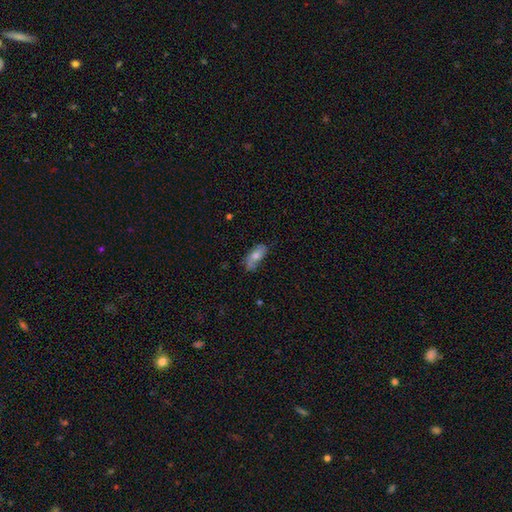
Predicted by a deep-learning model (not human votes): smooth_or_featured: smooth (p=0.54) [alt: featured or disk p=0.37]
how_rounded: in between (p=0.77) [alt: cigar-shaped p=0.19]
merging: none (p=0.64) [alt: minor disturbance p=0.25]